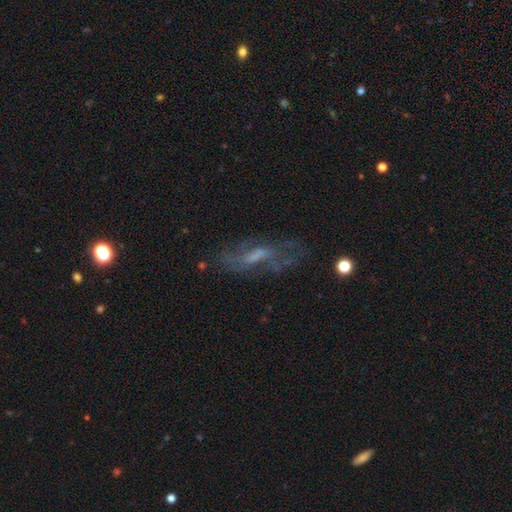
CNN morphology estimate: smooth_or_featured: featured or disk (p=0.62) [alt: smooth p=0.25]
disk_edge_on: no (p=0.82) [alt: yes p=0.18]
bar: weak (p=0.44) [alt: no p=0.41]
has_spiral_arms: yes (p=0.60) [alt: no p=0.40]
bulge_size: none (p=0.32) [alt: small p=0.31]
merging: none (p=0.56) [alt: minor disturbance p=0.21]